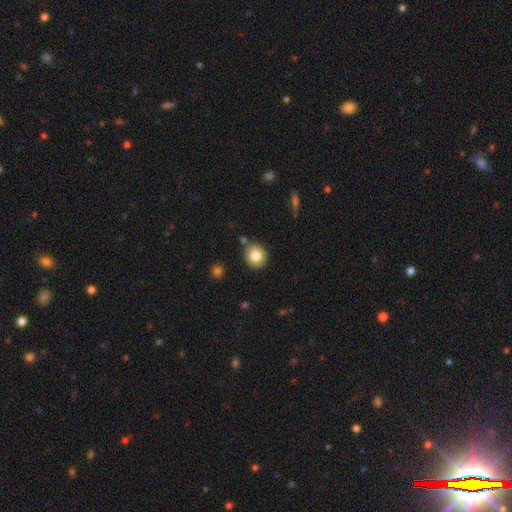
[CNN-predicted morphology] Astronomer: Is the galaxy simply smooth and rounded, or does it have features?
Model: smooth — 81%.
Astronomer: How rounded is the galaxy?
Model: round — 86%.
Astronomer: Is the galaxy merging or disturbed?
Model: none — 84%.